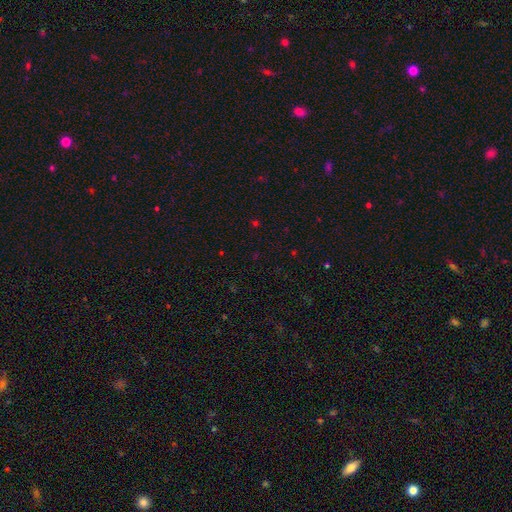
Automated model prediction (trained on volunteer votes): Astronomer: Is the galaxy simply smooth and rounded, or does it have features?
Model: star or artifact — 65%.